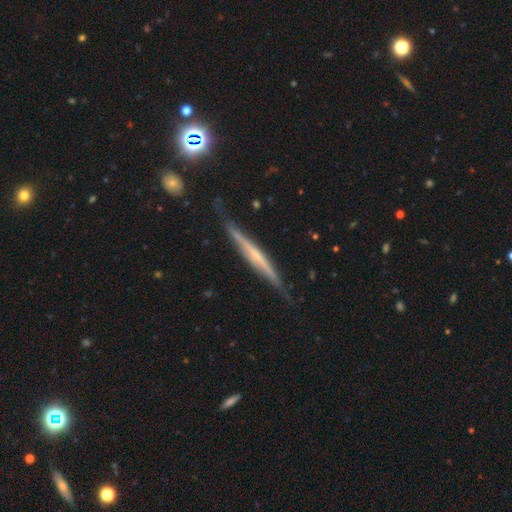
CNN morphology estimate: Overall: featured or disk (73%). Edge-on disk: yes (97%). Edge-on bulge: none (50%; rounded 39%). Merging: none (79%).